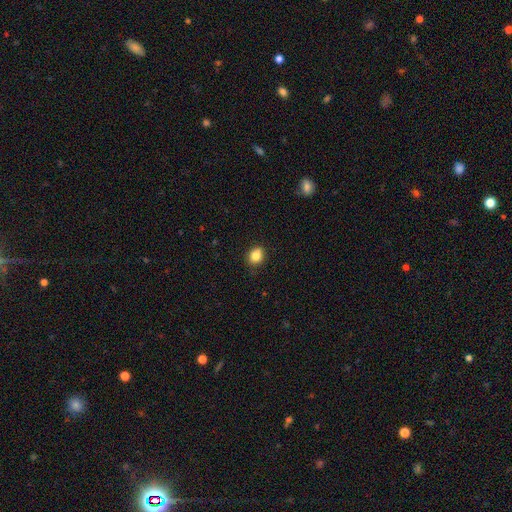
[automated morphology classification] This is clearly a smooth galaxy (85%). How rounded: possibly round (55%). Merging: clearly none (81%).